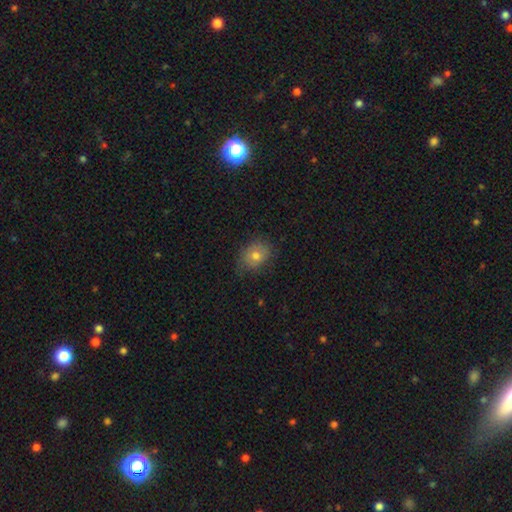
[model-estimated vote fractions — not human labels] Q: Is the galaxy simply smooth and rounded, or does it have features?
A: smooth — 72%.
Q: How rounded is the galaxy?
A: in between — 51%.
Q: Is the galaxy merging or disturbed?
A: none — 73%.